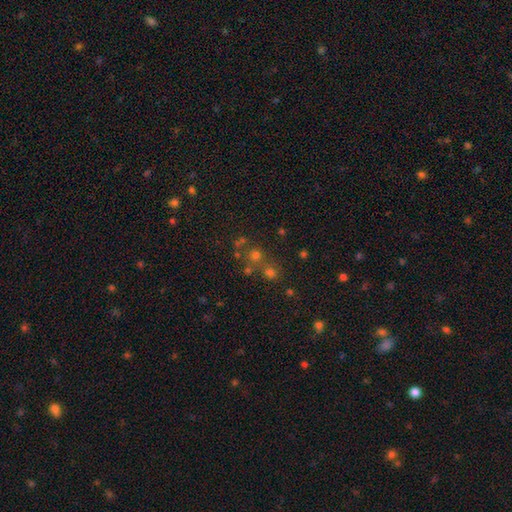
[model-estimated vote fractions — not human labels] Q: Smooth or featured?
A: smooth (48%); runner-up: star or artifact (40%)
Q: Merging?
A: none (63%); runner-up: merger (26%)